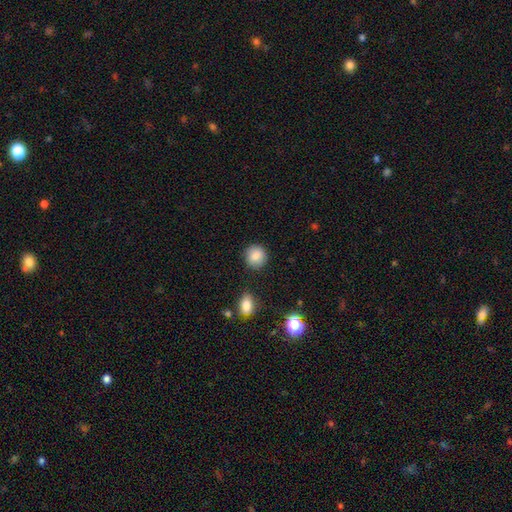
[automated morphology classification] Overall: smooth (86%). How rounded: round (90%). Merging: none (87%).